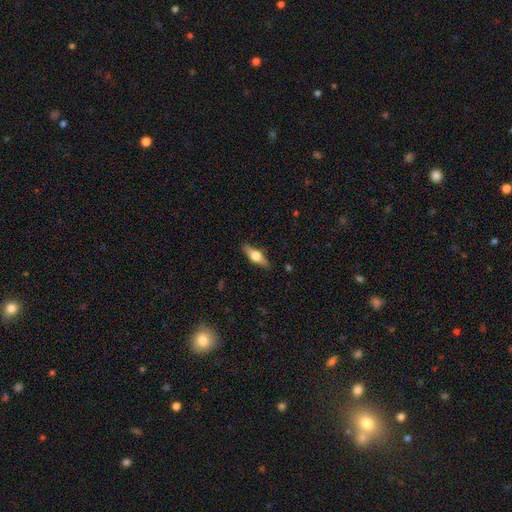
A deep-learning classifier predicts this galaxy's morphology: featured or disk 52%, smooth 42%, star or artifact 6%. Down the decision tree: edge-on disk — yes (93%); merging — none (87%).